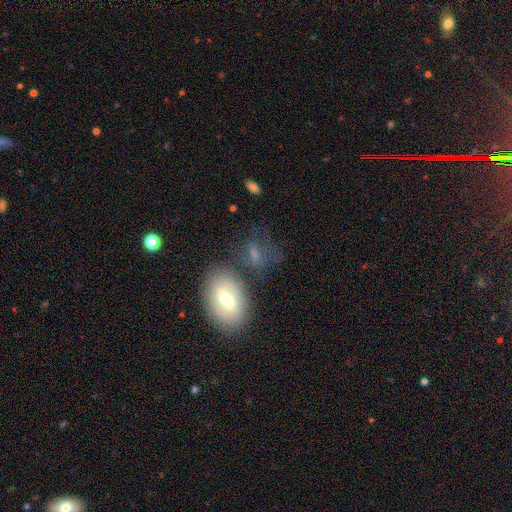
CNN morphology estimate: Q: Smooth or featured?
A: smooth (49%); runner-up: featured or disk (36%)
Q: Merging?
A: none (55%); runner-up: minor disturbance (19%)